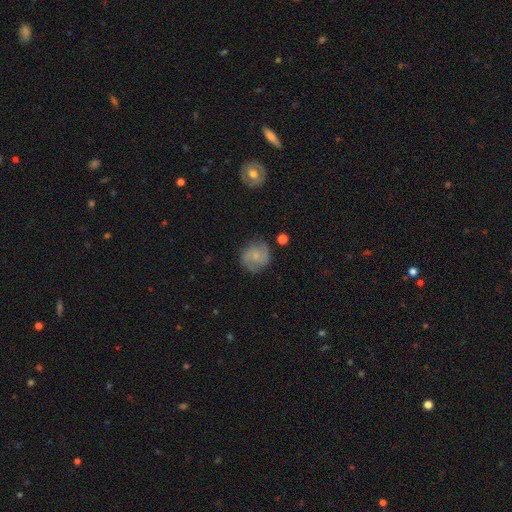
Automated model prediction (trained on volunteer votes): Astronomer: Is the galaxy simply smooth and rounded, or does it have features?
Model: featured or disk — 58% (runner-up: smooth, 34%).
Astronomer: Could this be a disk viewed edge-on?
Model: no — 98%.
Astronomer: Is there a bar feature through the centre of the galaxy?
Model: no — 63%.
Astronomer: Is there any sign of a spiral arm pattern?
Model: yes — 89%.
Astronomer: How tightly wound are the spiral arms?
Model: medium — 47% (runner-up: tight, 35%).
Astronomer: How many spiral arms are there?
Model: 2 — 76%.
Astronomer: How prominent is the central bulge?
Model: small — 63%.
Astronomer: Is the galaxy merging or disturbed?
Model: none — 77%.